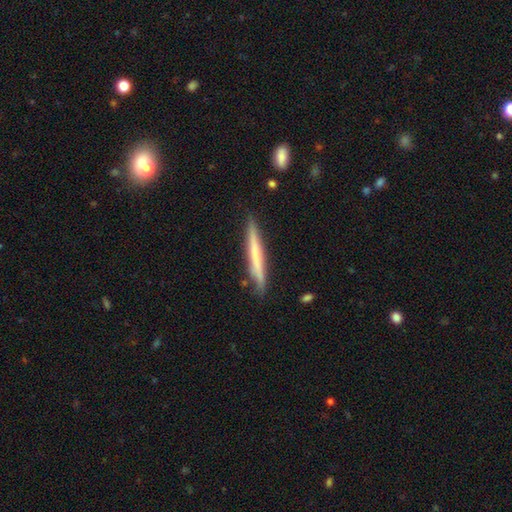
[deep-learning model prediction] Smooth or featured? Predicted: smooth (p=0.51). How rounded? Predicted: cigar-shaped (p=0.96). Merging? Predicted: none (p=0.86).